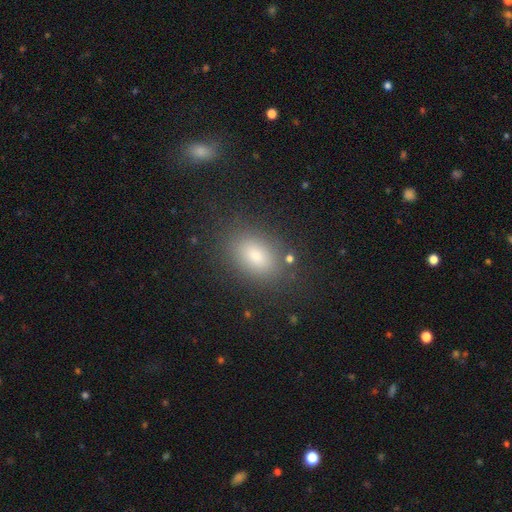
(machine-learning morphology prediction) Overall: smooth (78%). How rounded: in between (83%). Merging: none (82%).